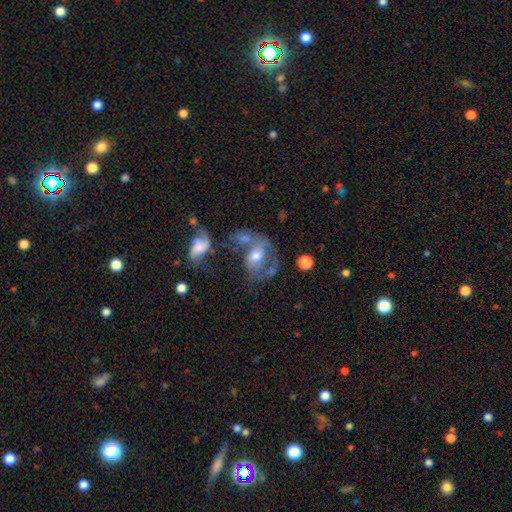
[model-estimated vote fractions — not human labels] smooth_or_featured: featured or disk (p=0.59) [alt: smooth p=0.29]
disk_edge_on: no (p=0.95) [alt: yes p=0.05]
bar: no (p=0.62) [alt: weak p=0.28]
has_spiral_arms: yes (p=0.60) [alt: no p=0.40]
bulge_size: moderate (p=0.66) [alt: small p=0.19]
merging: merger (p=0.40) [alt: none p=0.29]